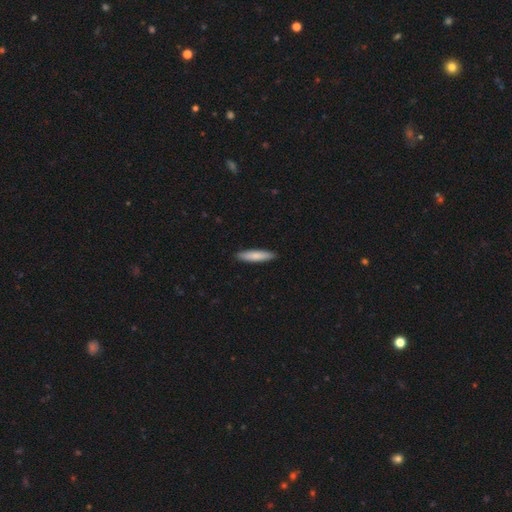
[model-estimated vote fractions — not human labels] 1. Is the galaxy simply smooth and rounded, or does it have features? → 80% smooth, 15% featured or disk, 5% star or artifact.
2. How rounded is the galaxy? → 83% cigar-shaped, 15% in between, 1% round.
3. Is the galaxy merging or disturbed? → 91% none, 7% minor disturbance, 1% major disturbance, 1% merger.